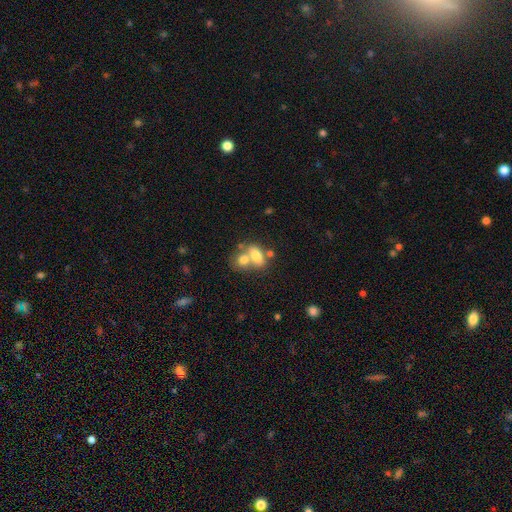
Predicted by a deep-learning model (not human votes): Q: Smooth or featured?
A: smooth (74%); runner-up: featured or disk (17%)
Q: How rounded?
A: in between (81%); runner-up: round (13%)
Q: Merging?
A: merger (57%); runner-up: none (29%)